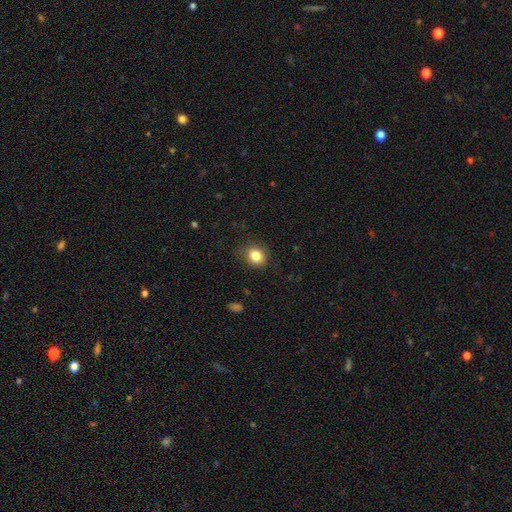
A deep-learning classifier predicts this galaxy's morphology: This appears to be a smooth galaxy with no disk features (84%) that is in between round and cigar-shaped (53%). Merging: none (82%).